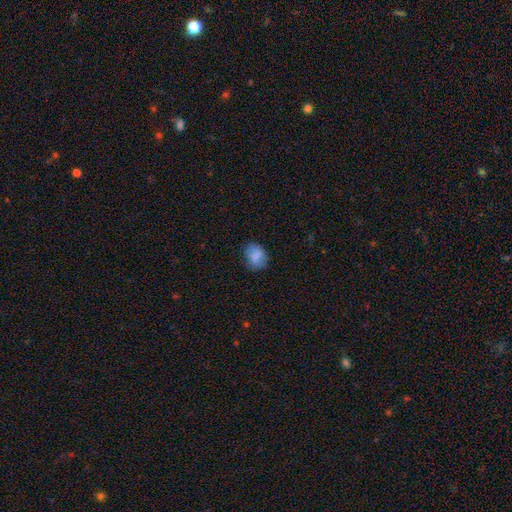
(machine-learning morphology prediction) Smooth or featured? Predicted: smooth (p=0.80). How rounded? Predicted: in between (p=0.66). Merging? Predicted: none (p=0.75).